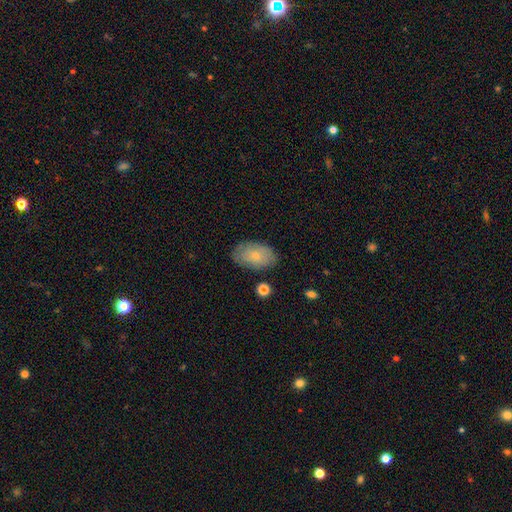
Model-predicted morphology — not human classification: This appears to be a smooth galaxy with no disk features (72%) that is in between round and cigar-shaped (90%). Merging: none (80%).